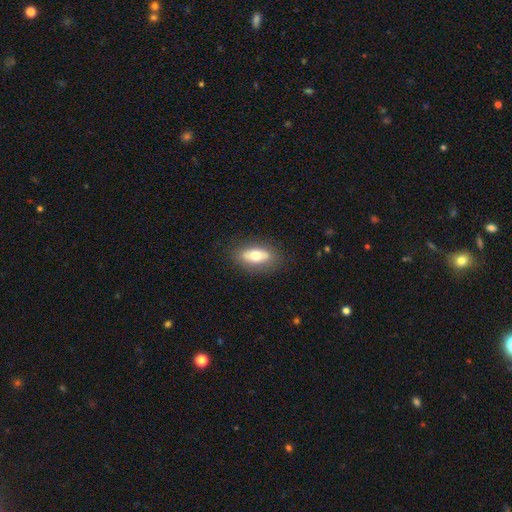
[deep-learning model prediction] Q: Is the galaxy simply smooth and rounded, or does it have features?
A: smooth — 63%.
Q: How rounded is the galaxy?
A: in between — 84%.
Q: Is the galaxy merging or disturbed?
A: none — 84%.